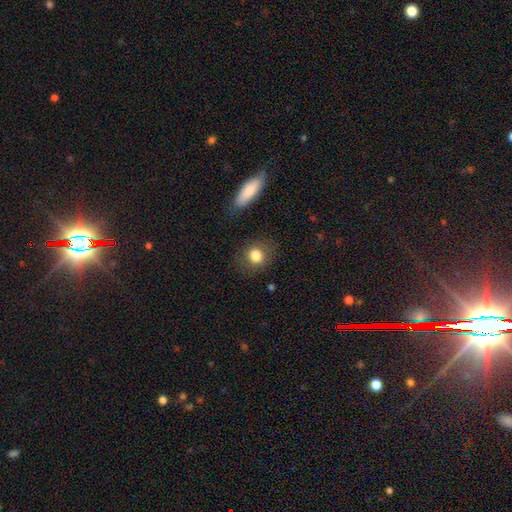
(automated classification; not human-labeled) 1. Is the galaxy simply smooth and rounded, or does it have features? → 83% smooth, 9% star or artifact, 8% featured or disk.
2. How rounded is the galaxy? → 72% round, 26% in between, 2% cigar-shaped.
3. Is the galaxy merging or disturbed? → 81% none, 13% minor disturbance, 5% major disturbance, 2% merger.